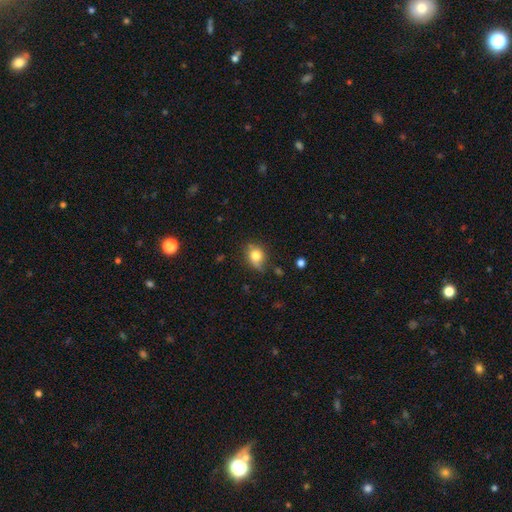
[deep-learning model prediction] The model was most divided on "how rounded": round: 63%, in between: 36%, cigar-shaped: 1%. More confident: smooth or featured — smooth (78%); merging — none (59%).